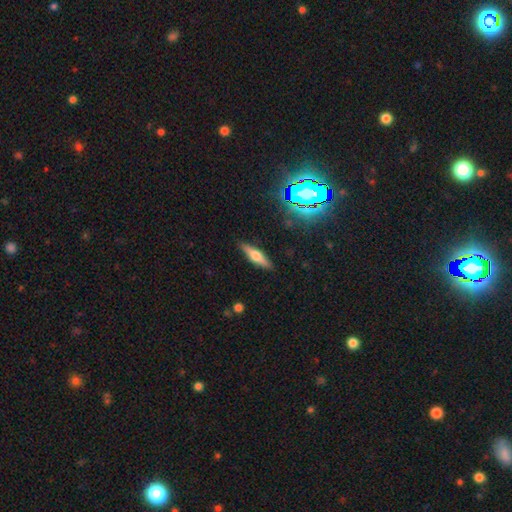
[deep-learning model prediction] Smooth or featured?
  - featured or disk: 46% *
  - smooth: 45%
  - star or artifact: 9%
Merging?
  - none: 88% *
  - minor disturbance: 8%
  - major disturbance: 2%
  - merger: 1%